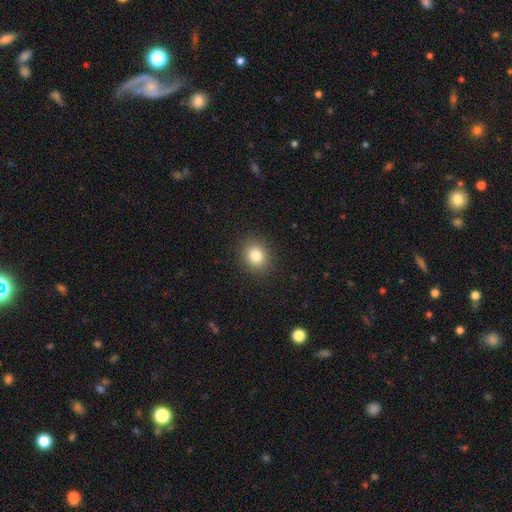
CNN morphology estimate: This is clearly a smooth galaxy (83%). How rounded: likely round (68%). Merging: clearly none (89%).